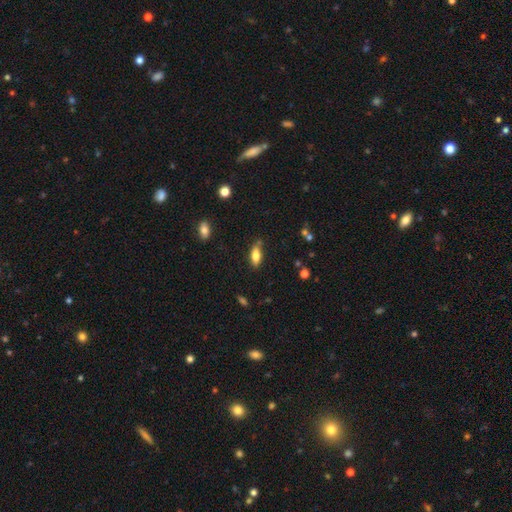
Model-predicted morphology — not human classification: smooth_or_featured: smooth (p=0.74) [alt: featured or disk p=0.17]
how_rounded: in between (p=0.78) [alt: cigar-shaped p=0.19]
merging: none (p=0.72) [alt: minor disturbance p=0.20]